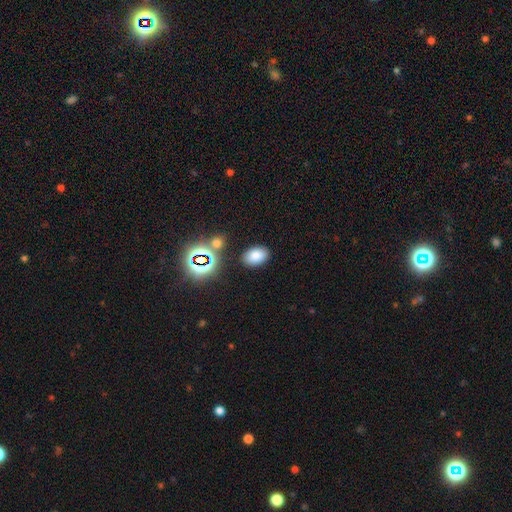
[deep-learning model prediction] smooth_or_featured: smooth (p=0.78) [alt: star or artifact p=0.14]
how_rounded: in between (p=0.86) [alt: round p=0.13]
merging: none (p=0.83) [alt: minor disturbance p=0.09]